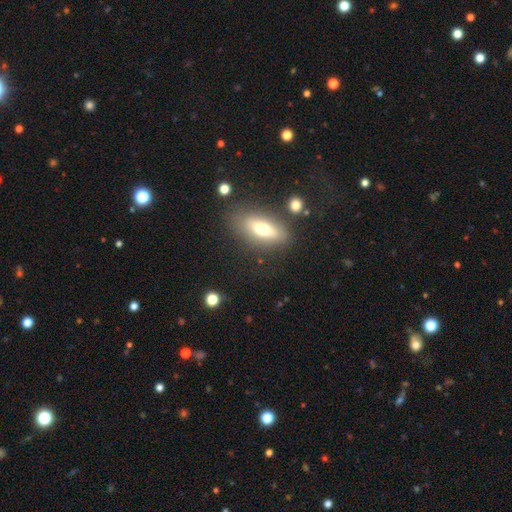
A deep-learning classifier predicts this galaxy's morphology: smooth-or-featured: smooth: 58% | featured or disk: 27% | star or artifact: 16%
  how-rounded: in between: 73% | cigar-shaped: 21% | round: 6%
  merging: none: 77% | minor disturbance: 13% | major disturbance: 6% | merger: 5%